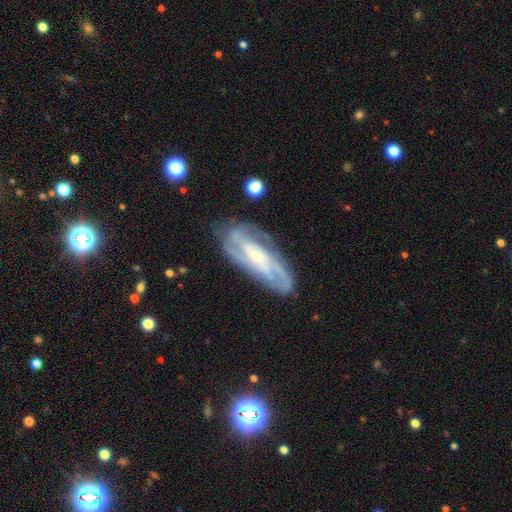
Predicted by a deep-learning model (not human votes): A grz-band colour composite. It shows a featured or disk galaxy (82%) with no bar (44%), 2 (29%) tight (48%) spiral arms (93%) and a small central bulge (50%). Merging: none (72%).